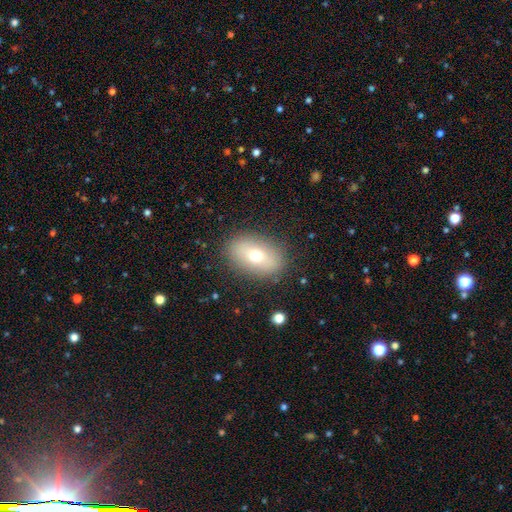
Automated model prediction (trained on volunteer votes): The model was most divided on "smooth or featured": smooth: 67%, featured or disk: 23%, star or artifact: 10%. More confident: merging — none (85%); how rounded — in between (84%).